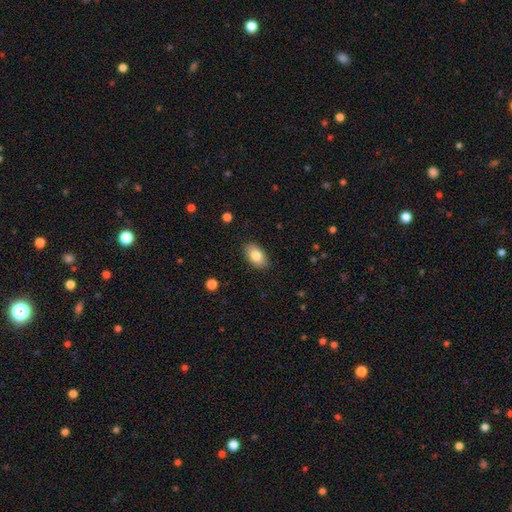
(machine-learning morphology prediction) Smooth or featured? smooth (82%)
How rounded? in between (93%)
Merging? none (87%)